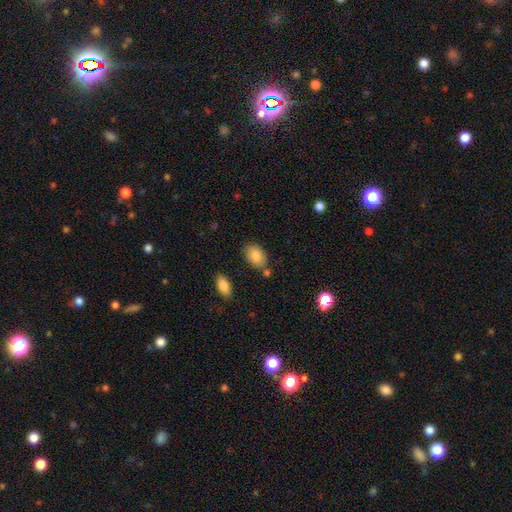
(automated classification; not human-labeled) smooth_or_featured: smooth (p=0.84) [alt: featured or disk p=0.09]
how_rounded: in between (p=0.88) [alt: round p=0.10]
merging: none (p=0.77) [alt: minor disturbance p=0.14]